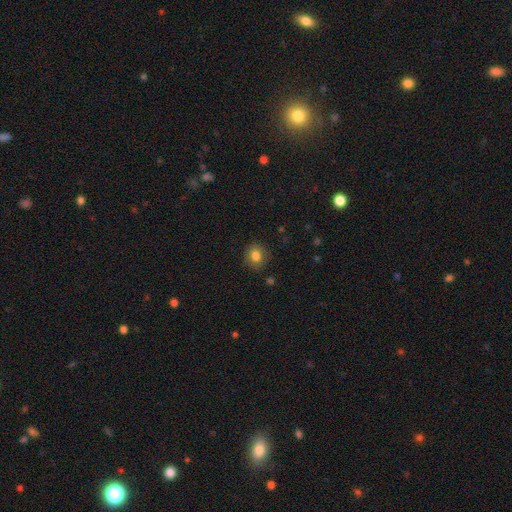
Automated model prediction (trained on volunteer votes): Smooth or featured?
  - smooth: 81% *
  - star or artifact: 10%
  - featured or disk: 9%
How rounded?
  - round: 76% *
  - in between: 24%
  - cigar-shaped: 1%
Merging?
  - none: 87% *
  - minor disturbance: 9%
  - major disturbance: 2%
  - merger: 1%